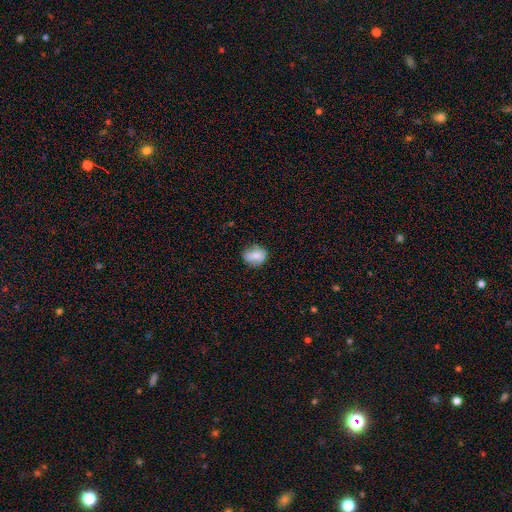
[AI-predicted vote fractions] smooth-or-featured: smooth: 72% | featured or disk: 20% | star or artifact: 8%
  how-rounded: in between: 54% | round: 45% | cigar-shaped: 2%
  merging: none: 70% | minor disturbance: 23% | major disturbance: 5% | merger: 2%